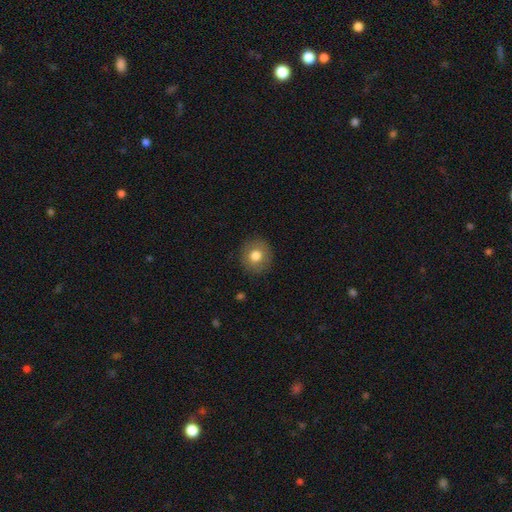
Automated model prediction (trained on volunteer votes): smooth 77%, featured or disk 14%, star or artifact 9%. Down the decision tree: how rounded — round (89%); merging — none (89%).